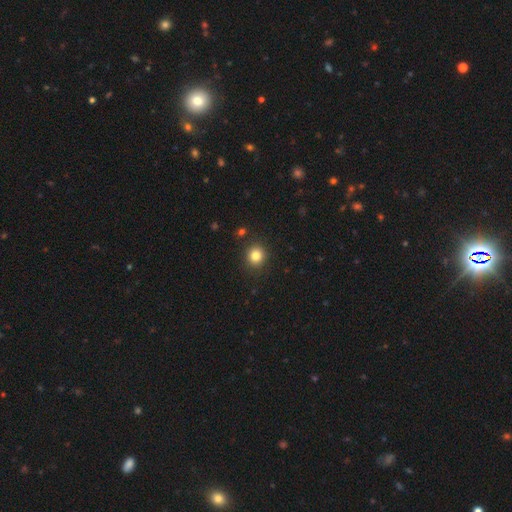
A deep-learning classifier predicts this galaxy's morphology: Smooth or featured? smooth (82%)
How rounded? round (88%)
Merging? none (90%)